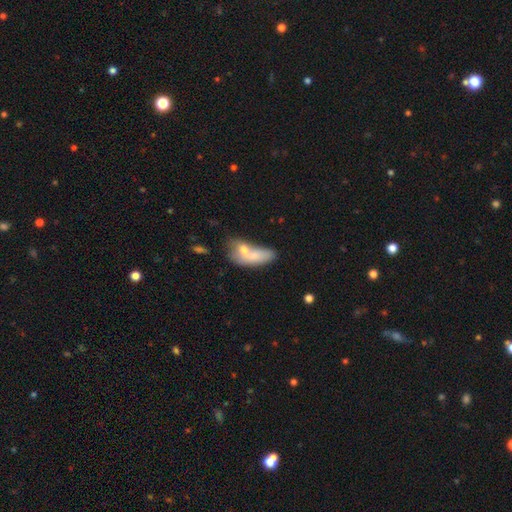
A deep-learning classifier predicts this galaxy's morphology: smooth_or_featured: smooth (p=0.71) [alt: featured or disk p=0.22]
how_rounded: in between (p=0.77) [alt: cigar-shaped p=0.16]
merging: merger (p=0.60) [alt: none p=0.21]